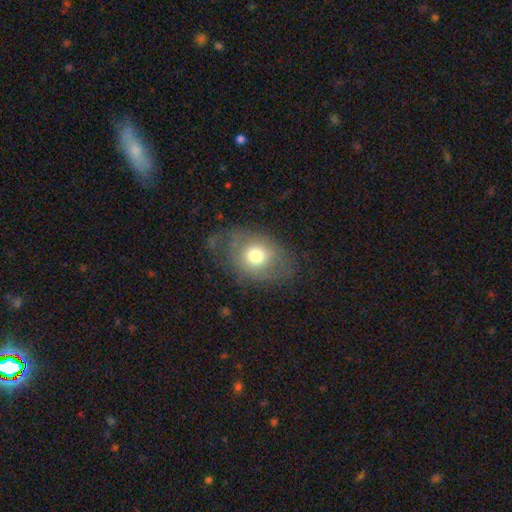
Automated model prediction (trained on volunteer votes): A smooth galaxy with no disk features (64%) that is in between round and cigar-shaped (68%). Merging: none (61%).